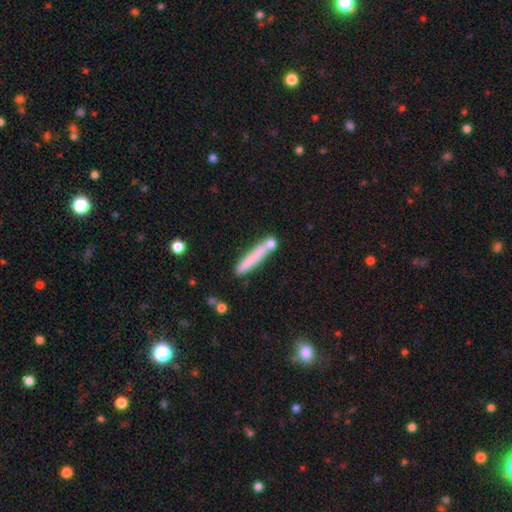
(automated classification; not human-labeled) Morphology: type=smooth (72%); roundness=cigar-shaped (91%); merging=none (63%).